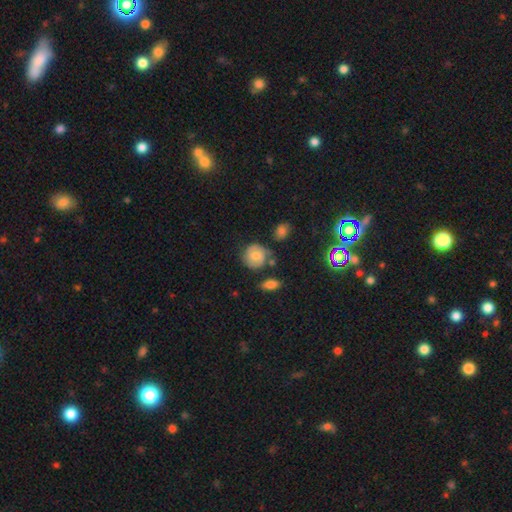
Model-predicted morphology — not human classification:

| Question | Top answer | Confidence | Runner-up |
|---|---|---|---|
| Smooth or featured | smooth | 48% | featured or disk (43%) |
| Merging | none | 65% | minor disturbance (20%) |